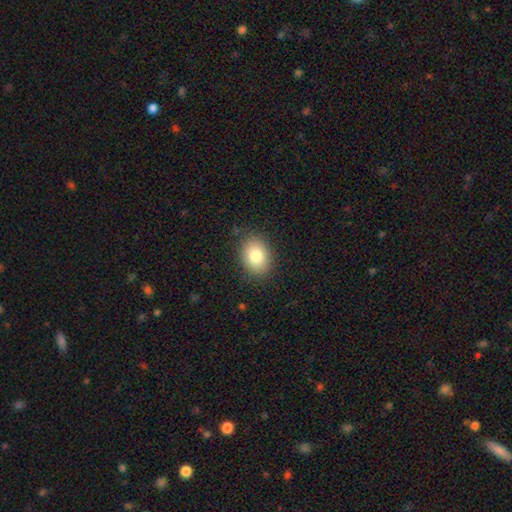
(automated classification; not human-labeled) Smooth or featured: smooth — 82% (star or artifact — 9%)
How rounded: in between — 66% (round — 33%)
Merging: none — 86% (minor disturbance — 11%)